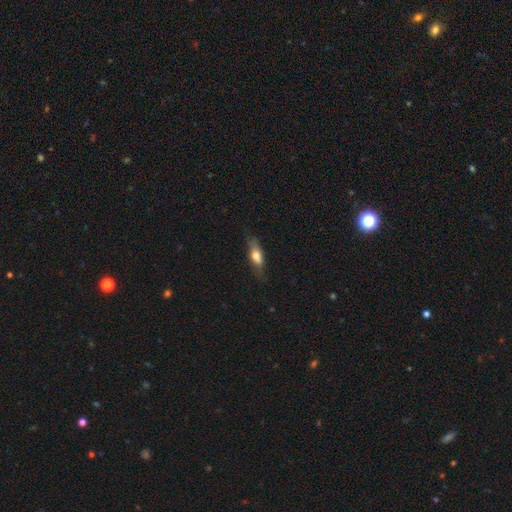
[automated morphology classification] A smooth galaxy with no disk features (58%) that is in between round and cigar-shaped (51%).

Vote fractions:
- Smooth or featured? smooth: 58% / featured or disk: 35% / star or artifact: 7%
- How rounded? in between: 51% / cigar-shaped: 45% / round: 3%
- Merging? none: 72% / minor disturbance: 20% / major disturbance: 5% / merger: 2%